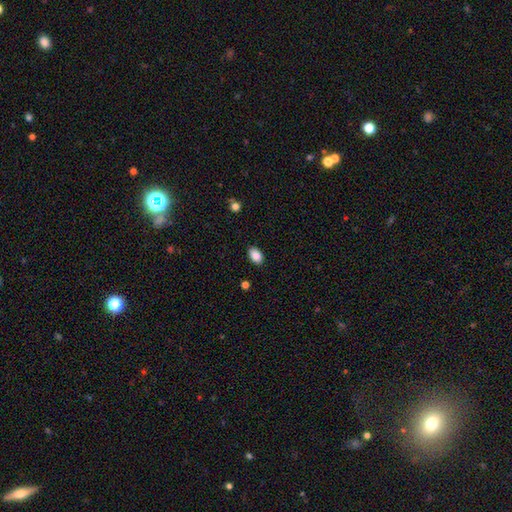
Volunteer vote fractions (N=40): Smooth or featured?
  - smooth: 88% *
  - star or artifact: 8%
  - featured or disk: 5%
How rounded?
  - in between: 91% *
  - round: 6%
  - cigar-shaped: 3%
Merging?
  - none: 92% *
  - minor disturbance: 8%
  - major disturbance: 0%
  - merger: 0%